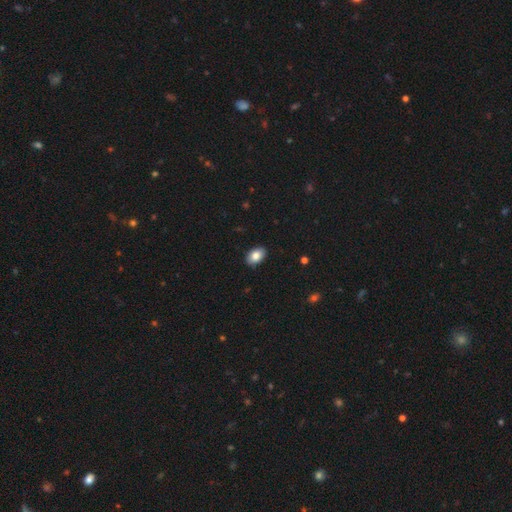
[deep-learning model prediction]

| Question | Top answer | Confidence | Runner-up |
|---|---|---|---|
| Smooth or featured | smooth | 84% | featured or disk (9%) |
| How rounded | in between | 89% | round (10%) |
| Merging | none | 89% | minor disturbance (8%) |